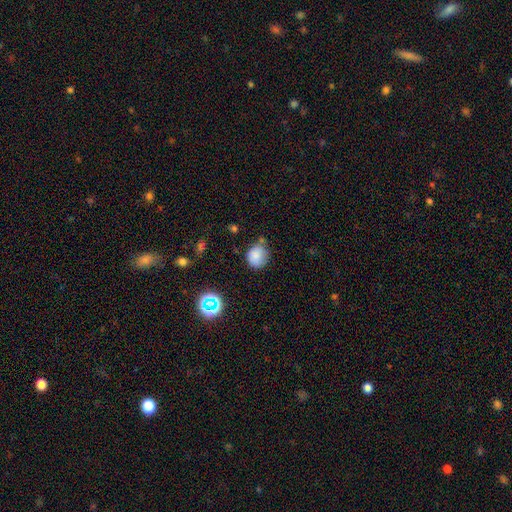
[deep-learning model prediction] Q: Smooth or featured?
A: smooth (80%); runner-up: star or artifact (12%)
Q: How rounded?
A: round (71%); runner-up: in between (28%)
Q: Merging?
A: none (62%); runner-up: minor disturbance (26%)